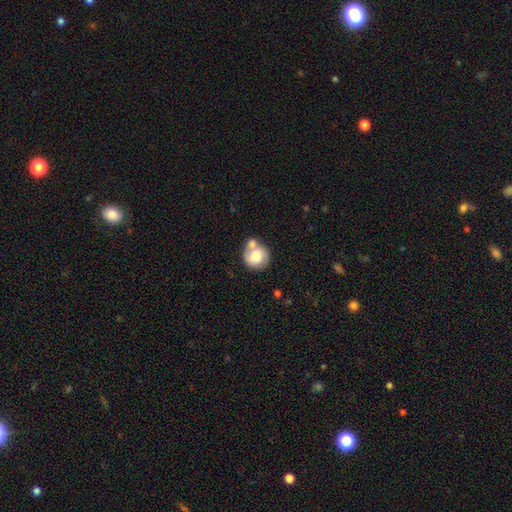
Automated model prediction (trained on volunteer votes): Smooth or featured: smooth — 74% (featured or disk — 19%)
How rounded: round — 85% (in between — 14%)
Merging: merger — 41% (tied with none — 41%)